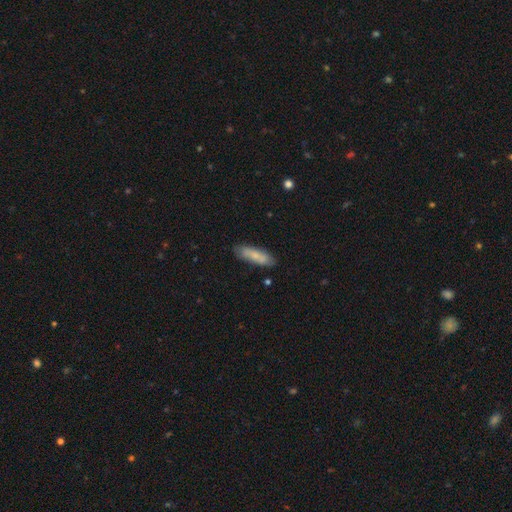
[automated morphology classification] This is likely a smooth galaxy (72%). How rounded: possibly cigar-shaped (51%). Merging: clearly none (81%).